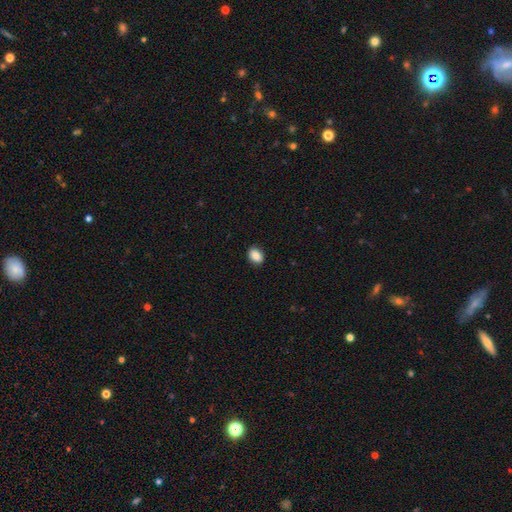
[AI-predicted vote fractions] Smooth or featured?
  - smooth: 86% *
  - star or artifact: 8%
  - featured or disk: 5%
How rounded?
  - in between: 65% *
  - round: 34%
  - cigar-shaped: 1%
Merging?
  - none: 89% *
  - minor disturbance: 8%
  - major disturbance: 2%
  - merger: 1%